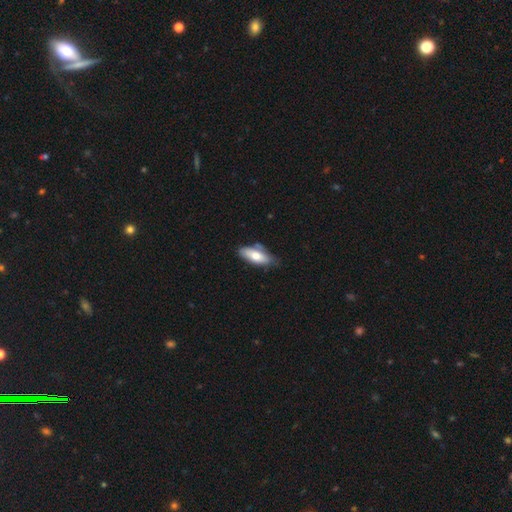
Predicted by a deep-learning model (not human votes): Overall: smooth (69%). How rounded: in between (75%). Merging: none (61%; minor disturbance 27%).